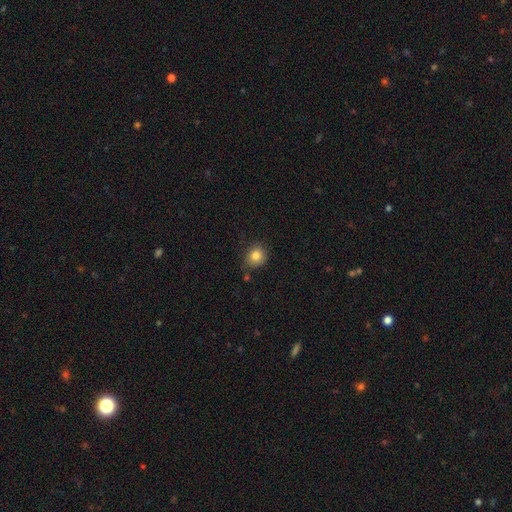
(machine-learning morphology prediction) This appears to be a smooth galaxy with no disk features (83%) that is round (76%). Merging: none (77%).